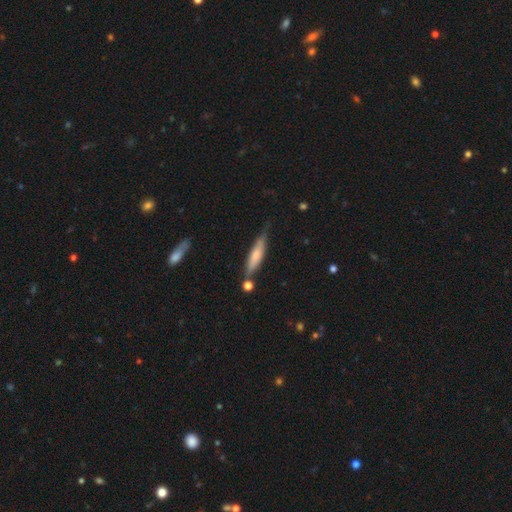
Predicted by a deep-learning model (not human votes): smooth_or_featured: smooth (p=0.59) [alt: featured or disk p=0.35]
how_rounded: cigar-shaped (p=0.81) [alt: in between p=0.18]
merging: none (p=0.63) [alt: minor disturbance p=0.21]